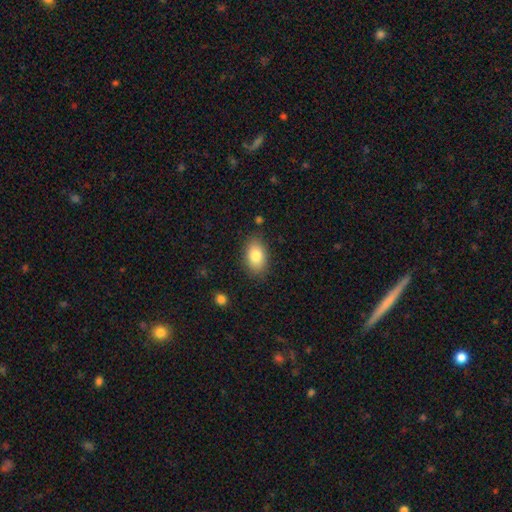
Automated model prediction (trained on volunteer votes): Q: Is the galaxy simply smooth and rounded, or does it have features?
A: smooth — 82%.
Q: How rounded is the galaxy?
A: in between — 90%.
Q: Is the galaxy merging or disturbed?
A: none — 84%.